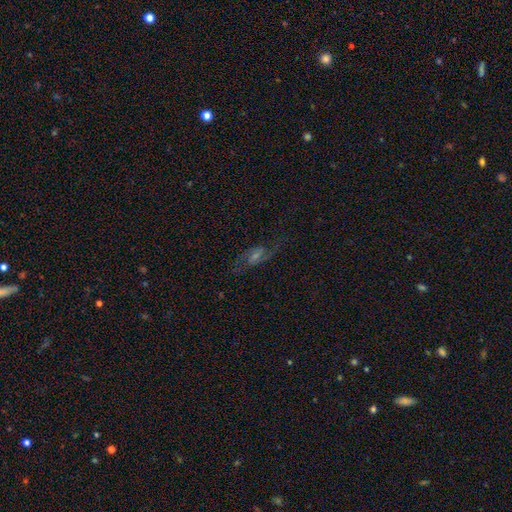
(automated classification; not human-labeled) featured or disk 70%, star or artifact 15%, smooth 15%. Down the decision tree: edge-on disk — no (92%); bar — weak (49%); spiral arms — yes (92%); spiral arm count — 2 (88%); spiral winding — loose (47%); bulge size — small (47%); merging — none (74%).